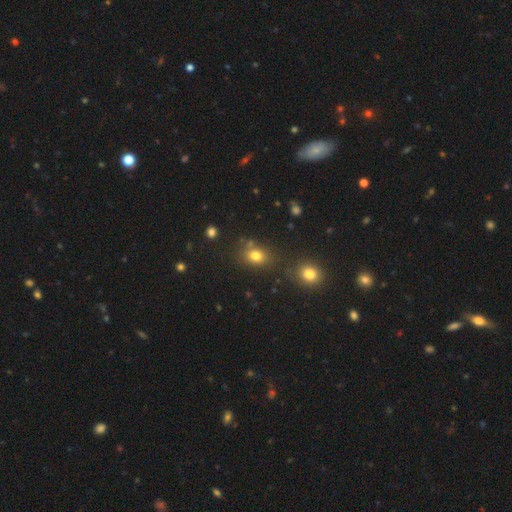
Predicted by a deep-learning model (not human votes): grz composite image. It shows a smooth galaxy with no disk features (78%) that is in between round and cigar-shaped (57%). Merging: none (71%).